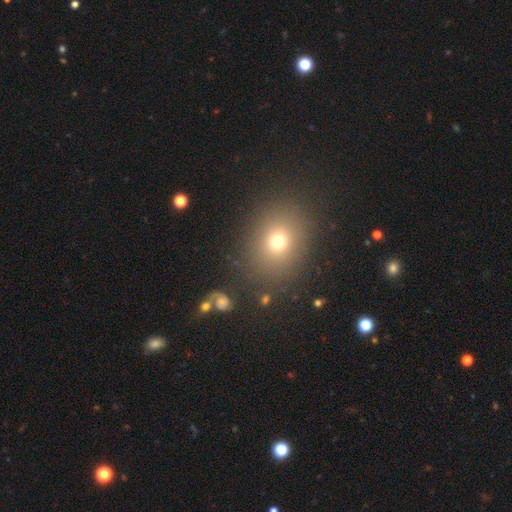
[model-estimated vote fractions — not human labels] This is likely a smooth galaxy (66%). How rounded: likely round (61%). Merging: clearly none (85%).